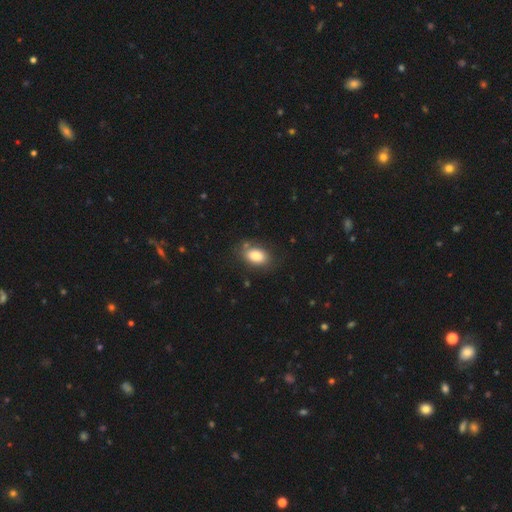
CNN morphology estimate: Smooth or featured: smooth — 83% (featured or disk — 9%)
How rounded: in between — 87% (round — 12%)
Merging: none — 76% (minor disturbance — 16%)